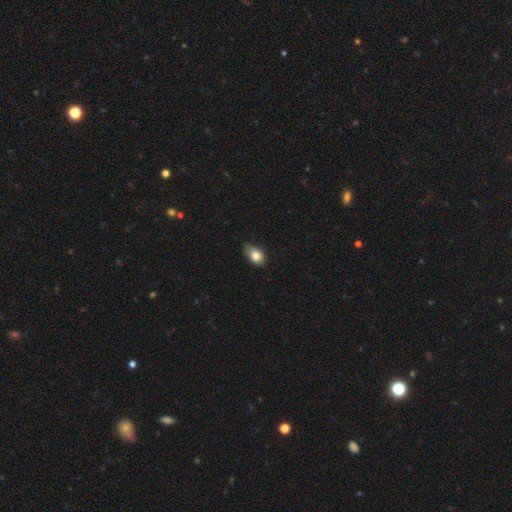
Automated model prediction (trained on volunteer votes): smooth_or_featured: smooth (p=0.82) [alt: featured or disk p=0.10]
how_rounded: in between (p=0.83) [alt: round p=0.16]
merging: none (p=0.66) [alt: minor disturbance p=0.29]